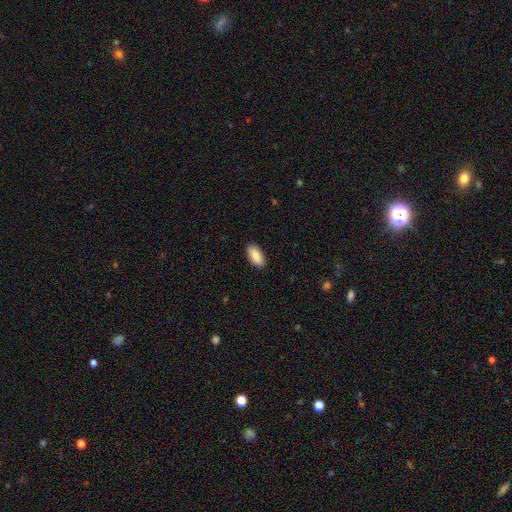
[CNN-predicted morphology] Smooth or featured: smooth — 88% (featured or disk — 6%)
How rounded: in between — 91% (cigar-shaped — 8%)
Merging: none — 89% (minor disturbance — 8%)